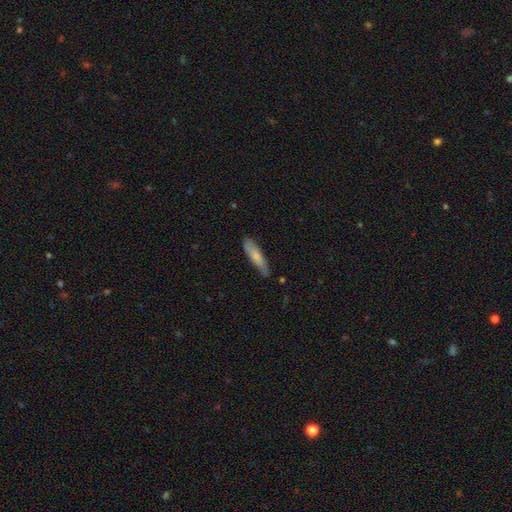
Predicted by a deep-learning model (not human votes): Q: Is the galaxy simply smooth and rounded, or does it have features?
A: smooth — 73%.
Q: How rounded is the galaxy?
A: cigar-shaped — 73%.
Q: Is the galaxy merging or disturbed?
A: none — 73%.